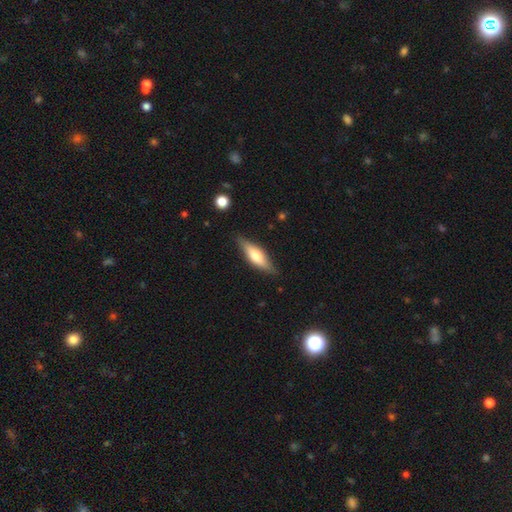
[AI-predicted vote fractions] A smooth galaxy with no disk features (50%) that is cigar-shaped (55%).

Vote fractions:
- Smooth or featured? smooth: 50% / featured or disk: 44% / star or artifact: 6%
- How rounded? cigar-shaped: 55% / in between: 43% / round: 2%
- Merging? none: 83% / minor disturbance: 13% / major disturbance: 3% / merger: 1%